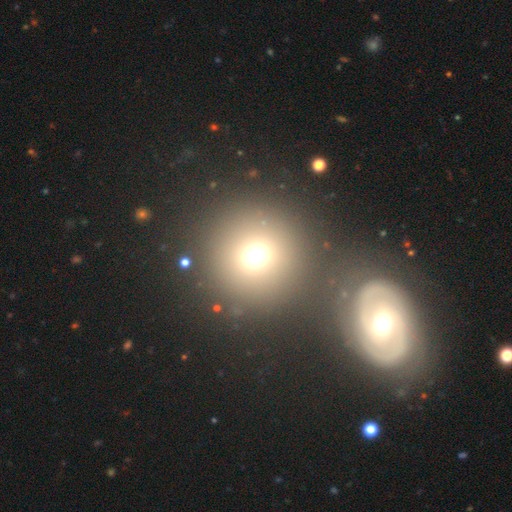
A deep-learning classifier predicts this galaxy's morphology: Smooth or featured? Predicted: smooth (p=0.69). How rounded? Predicted: round (p=0.93). Merging? Predicted: none (p=0.71).